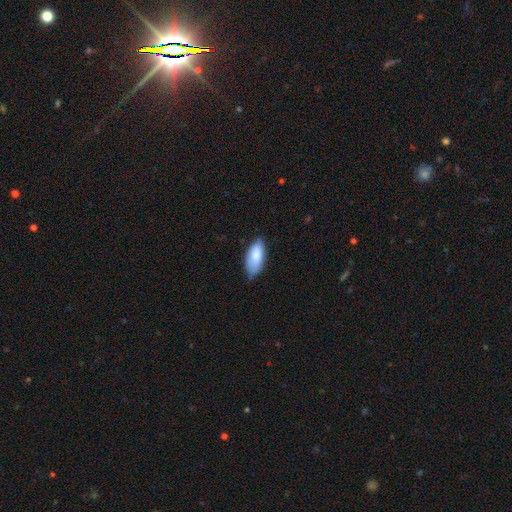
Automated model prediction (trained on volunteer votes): smooth_or_featured: smooth (p=0.83) [alt: featured or disk p=0.11]
how_rounded: in between (p=0.90) [alt: cigar-shaped p=0.09]
merging: none (p=0.67) [alt: minor disturbance p=0.28]